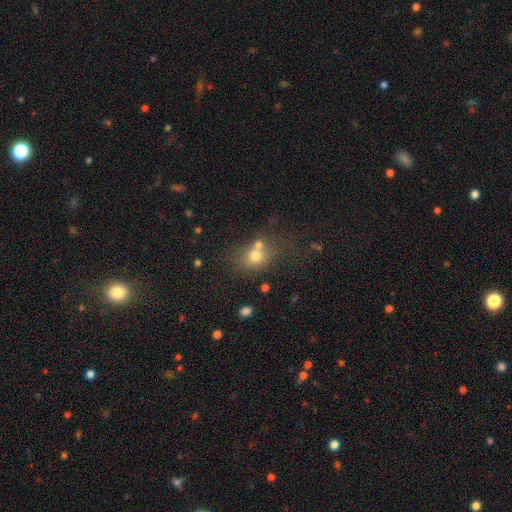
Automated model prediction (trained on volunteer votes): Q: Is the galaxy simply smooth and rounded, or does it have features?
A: smooth — 71%.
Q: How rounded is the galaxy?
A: round — 61%.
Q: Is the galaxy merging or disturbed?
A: none — 46%.